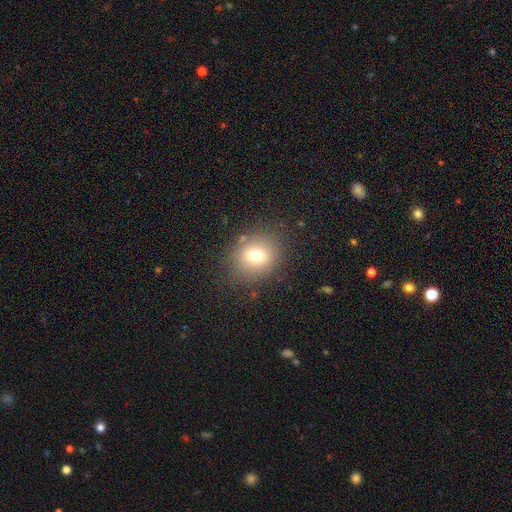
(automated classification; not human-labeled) This is likely a smooth galaxy (72%). How rounded: likely round (73%). Merging: clearly none (81%).